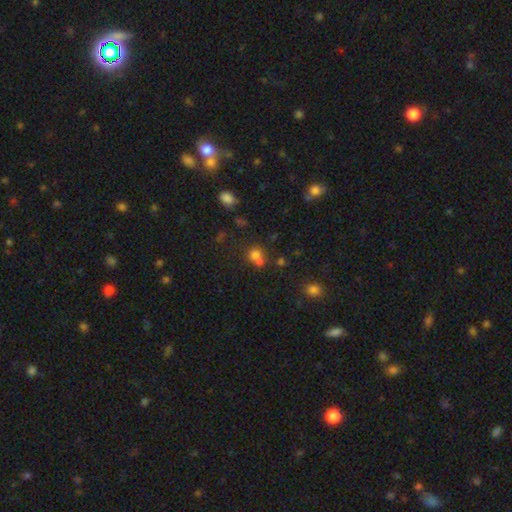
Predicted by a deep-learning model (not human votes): This appears to be a smooth galaxy with no disk features (70%) that is round (78%). Merging: merger (45%).